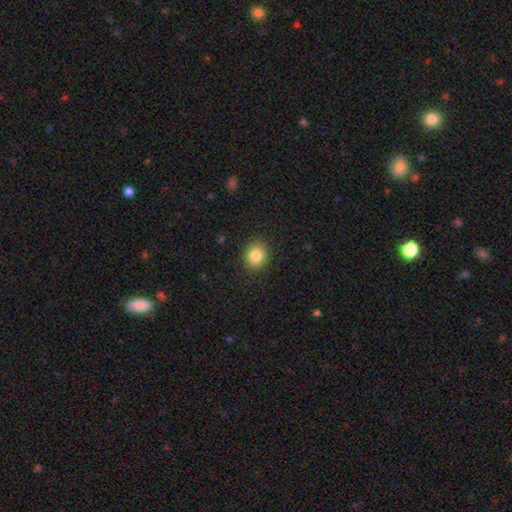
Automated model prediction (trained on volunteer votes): Smooth or featured? Predicted: smooth (p=0.84). How rounded? Predicted: round (p=0.74). Merging? Predicted: none (p=0.89).